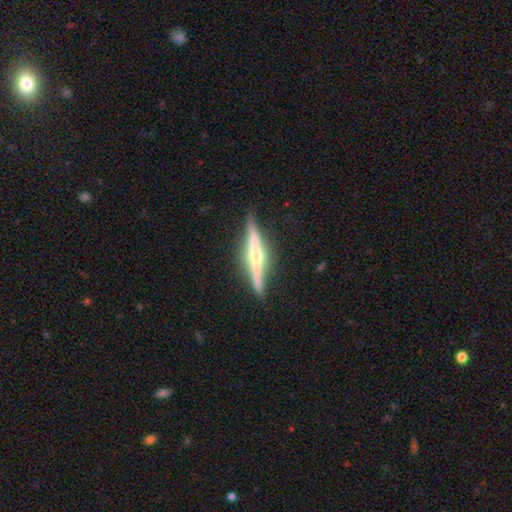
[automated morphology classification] Smooth or featured?
  - featured or disk: 80% *
  - smooth: 15%
  - star or artifact: 5%
Edge-on disk?
  - yes: 97% *
  - no: 3%
Edge-on bulge?
  - rounded: 89% *
  - none: 7%
  - boxy: 5%
Merging?
  - none: 87% *
  - minor disturbance: 10%
  - major disturbance: 2%
  - merger: 1%